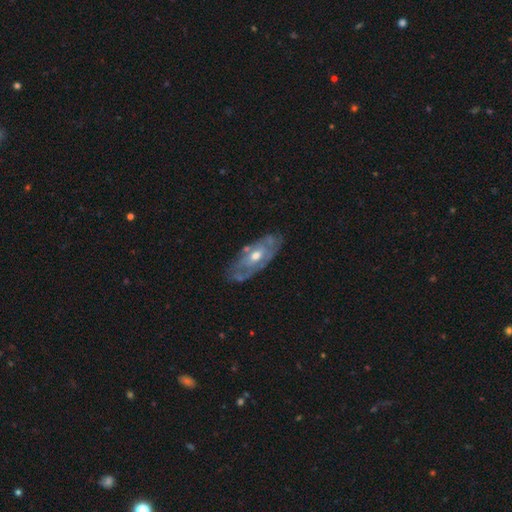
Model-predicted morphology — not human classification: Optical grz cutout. It shows a featured or disk galaxy (73%) with no bar (68%), spiral arms (57%) and a moderate central bulge (69%). Merging: none (67%).